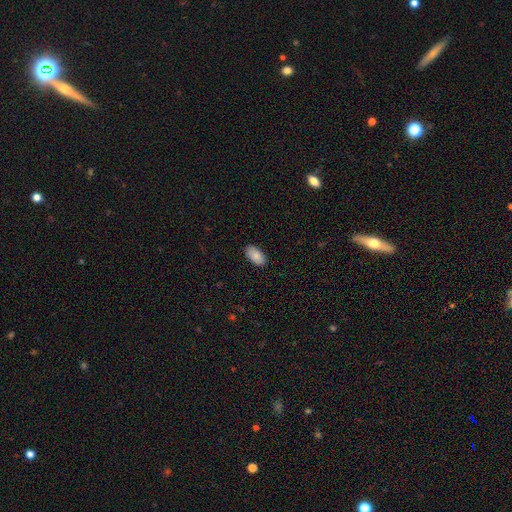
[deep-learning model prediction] Smooth or featured?
  - smooth: 89% *
  - star or artifact: 7%
  - featured or disk: 5%
How rounded?
  - in between: 95% *
  - round: 2%
  - cigar-shaped: 2%
Merging?
  - none: 89% *
  - minor disturbance: 9%
  - major disturbance: 2%
  - merger: 1%